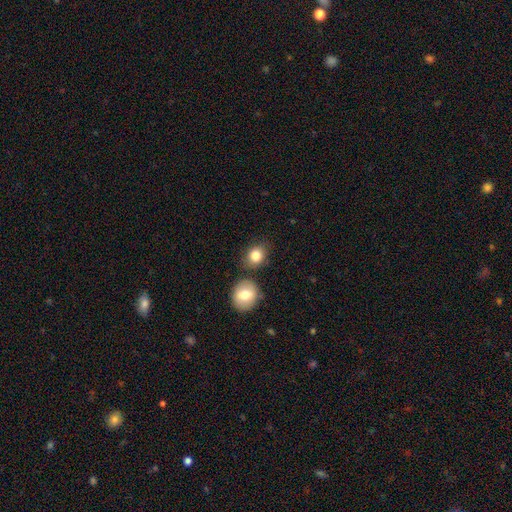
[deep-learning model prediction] Q: Smooth or featured?
A: smooth (82%); runner-up: star or artifact (9%)
Q: How rounded?
A: round (55%); runner-up: in between (44%)
Q: Merging?
A: none (70%); runner-up: minor disturbance (14%)